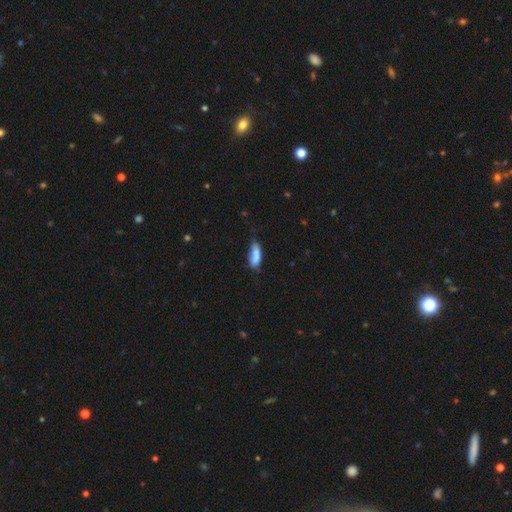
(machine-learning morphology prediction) Smooth or featured? Predicted: smooth (p=0.78). How rounded? Predicted: in between (p=0.65). Merging? Predicted: none (p=0.49).